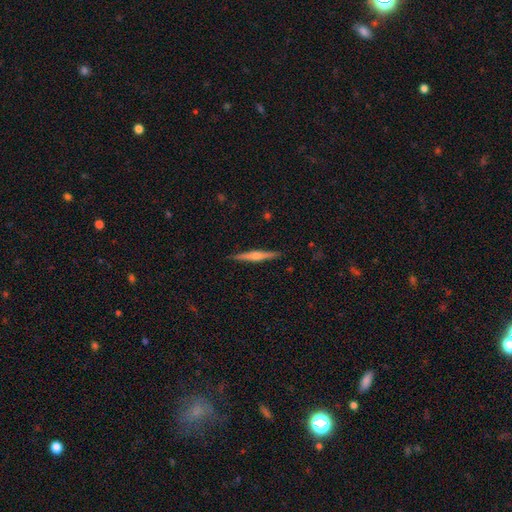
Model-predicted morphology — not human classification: Overall: featured or disk (62%; smooth 32%). Edge-on disk: yes (98%). Edge-on bulge: rounded (74%). Merging: none (91%).